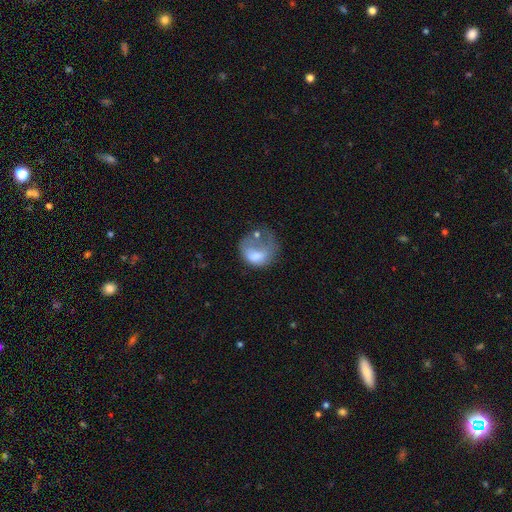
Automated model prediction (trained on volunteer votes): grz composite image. It shows a smooth galaxy with no disk features (58%) that is in between round and cigar-shaped (52%). Merging: major disturbance (54%).